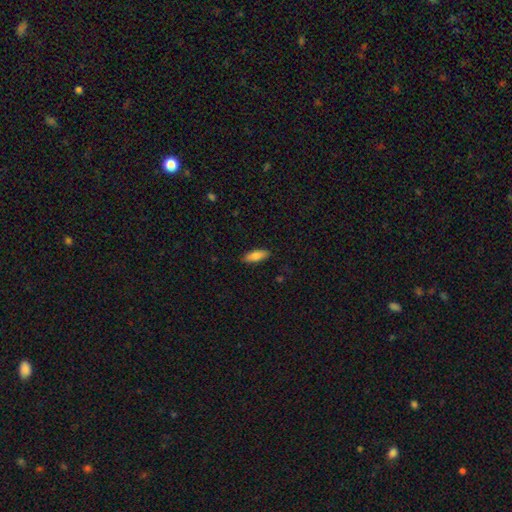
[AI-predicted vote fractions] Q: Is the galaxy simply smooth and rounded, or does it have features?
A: smooth — 81%.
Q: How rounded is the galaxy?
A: in between — 65%.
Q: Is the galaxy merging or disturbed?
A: none — 88%.